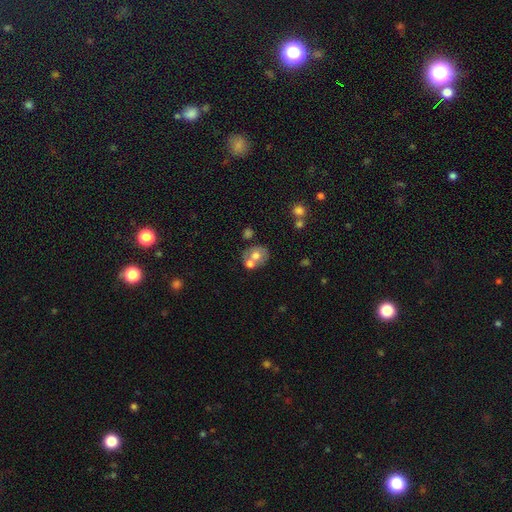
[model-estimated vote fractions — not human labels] Smooth or featured?
  - smooth: 59% *
  - featured or disk: 32%
  - star or artifact: 9%
How rounded?
  - round: 69% *
  - in between: 30%
  - cigar-shaped: 1%
Merging?
  - merger: 42% * (tied)
  - none: 42% * (tied)
  - minor disturbance: 12%
  - major disturbance: 5%